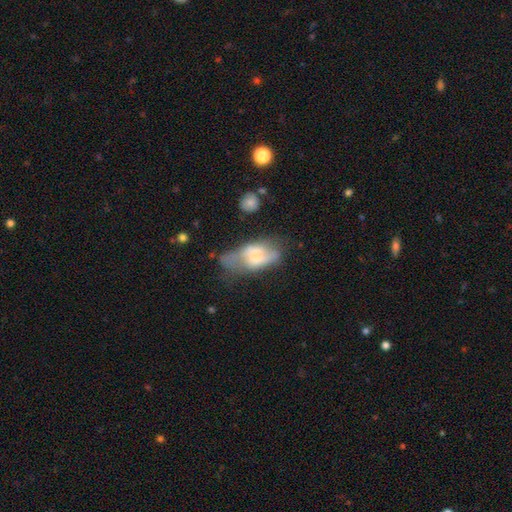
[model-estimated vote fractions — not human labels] smooth_or_featured: featured or disk (p=0.47) [alt: smooth p=0.45]
merging: none (p=0.30) [tied with: major disturbance p=0.30]